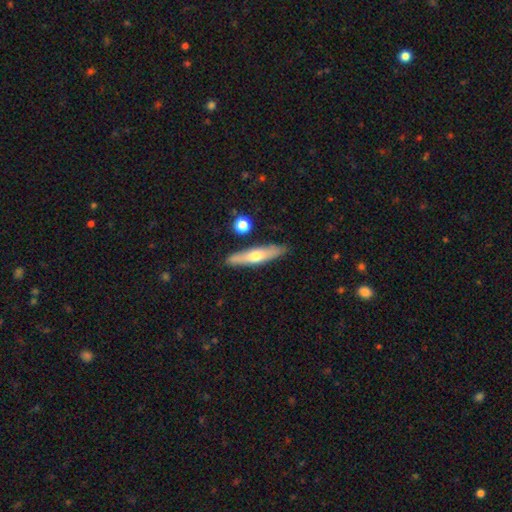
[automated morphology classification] type=smooth (50%); merging=none (84%).